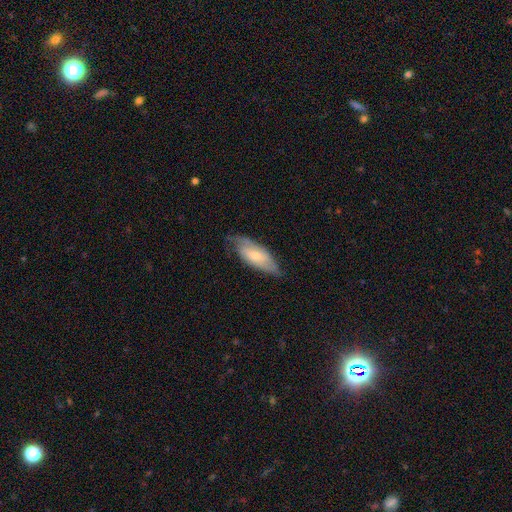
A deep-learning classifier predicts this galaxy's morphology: Smooth or featured?
  - featured or disk: 55% *
  - smooth: 39%
  - star or artifact: 6%
Edge-on disk?
  - no: 82% *
  - yes: 18%
Merging?
  - none: 63% *
  - minor disturbance: 27%
  - major disturbance: 9%
  - merger: 1%